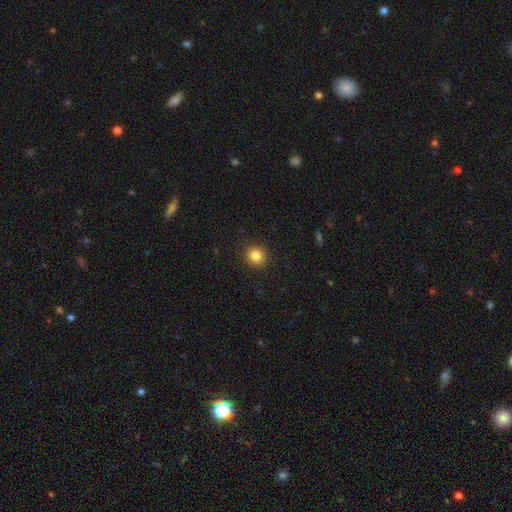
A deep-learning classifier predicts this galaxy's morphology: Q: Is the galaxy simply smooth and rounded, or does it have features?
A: smooth — 84%.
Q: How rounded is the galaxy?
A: round — 87%.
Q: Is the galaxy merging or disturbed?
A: none — 92%.